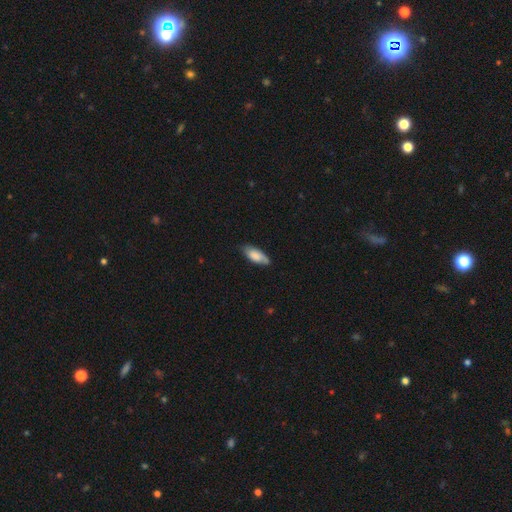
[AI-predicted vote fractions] smooth 77%, featured or disk 16%, star or artifact 6%. Down the decision tree: how rounded — in between (81%); merging — none (71%).